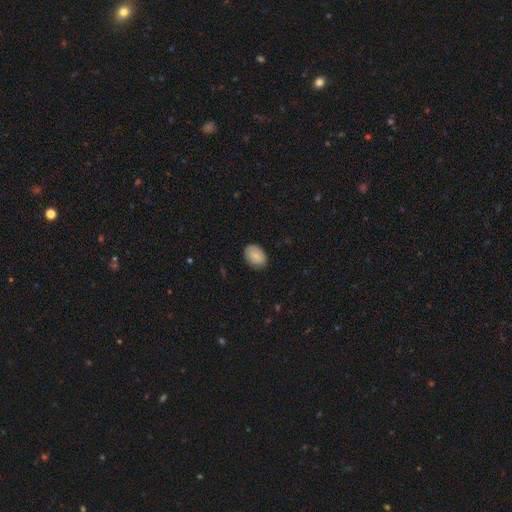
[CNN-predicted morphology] Smooth or featured?
  - smooth: 80% *
  - featured or disk: 14%
  - star or artifact: 7%
How rounded?
  - in between: 78% *
  - round: 21%
  - cigar-shaped: 1%
Merging?
  - none: 81% *
  - minor disturbance: 15%
  - major disturbance: 3%
  - merger: 1%